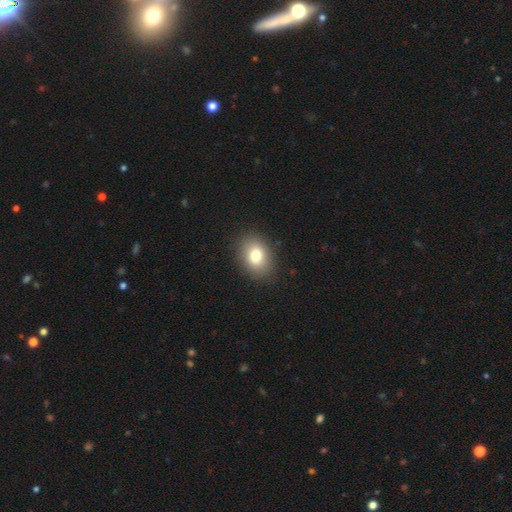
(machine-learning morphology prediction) A smooth galaxy with no disk features (79%) that is in between round and cigar-shaped (72%). Merging: none (89%).